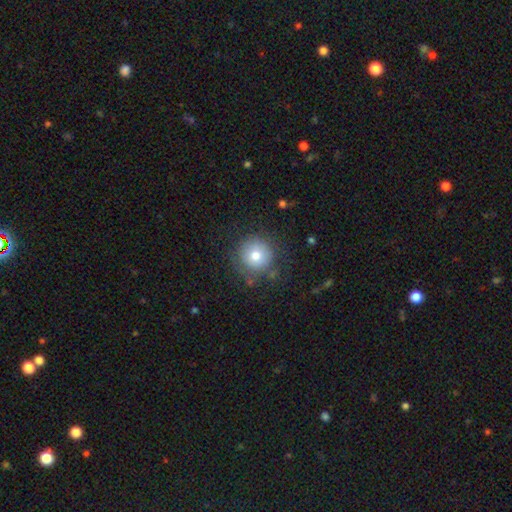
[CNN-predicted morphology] The model was most divided on "smooth or featured": smooth: 73%, featured or disk: 17%, star or artifact: 10%. More confident: how rounded — round (95%); merging — none (77%).